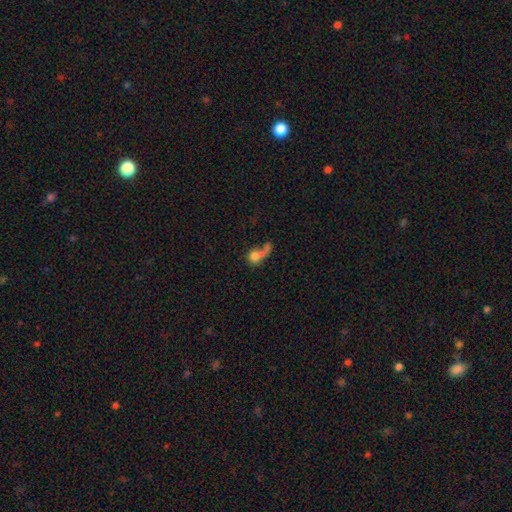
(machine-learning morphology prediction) The model was most divided on "how rounded": round: 64%, in between: 33%, cigar-shaped: 3%. More confident: smooth or featured — smooth (65%); merging — merger (54%).